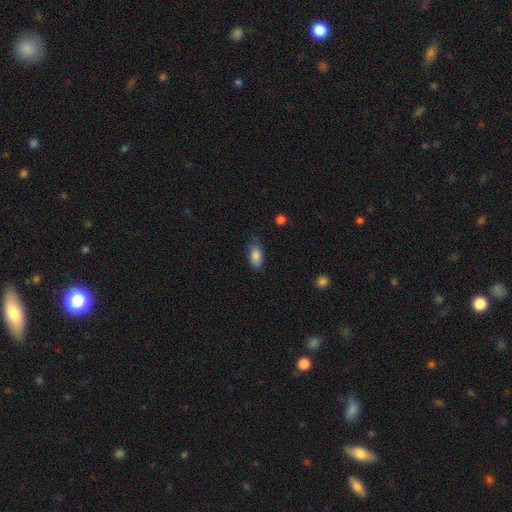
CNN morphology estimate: This appears to be a smooth galaxy with no disk features (86%) that is in between round and cigar-shaped (90%). Merging: none (70%).